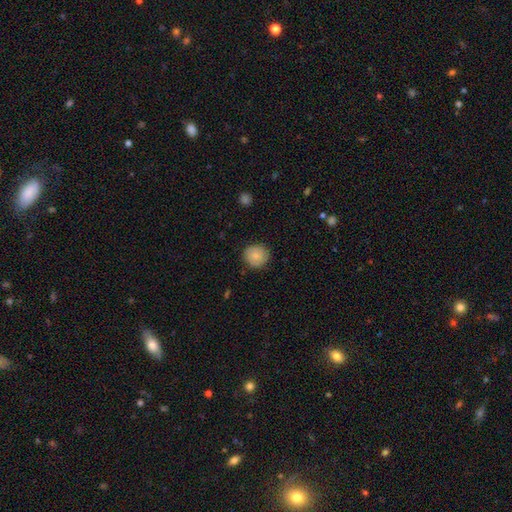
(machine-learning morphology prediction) Overall: smooth (79%). How rounded: round (89%). Merging: none (85%).